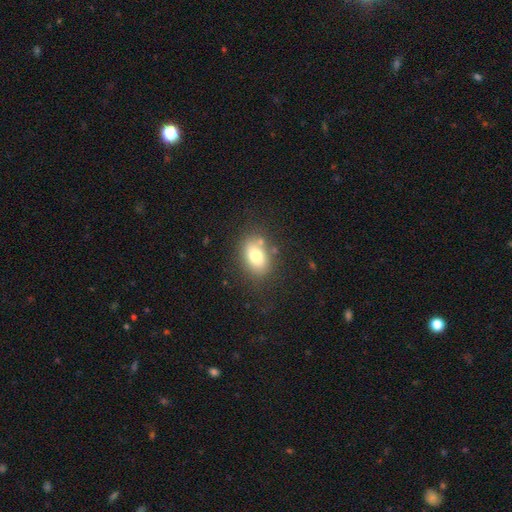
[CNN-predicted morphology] Q: Smooth or featured?
A: smooth (76%); runner-up: featured or disk (14%)
Q: How rounded?
A: in between (80%); runner-up: round (18%)
Q: Merging?
A: none (74%); runner-up: minor disturbance (15%)